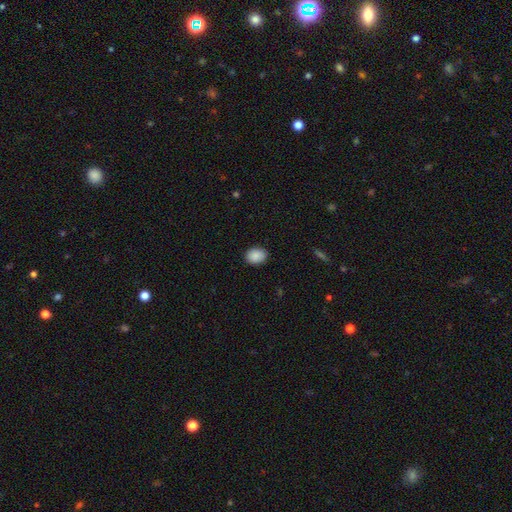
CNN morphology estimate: Smooth or featured? smooth (89%)
How rounded? in between (65%)
Merging? none (88%)